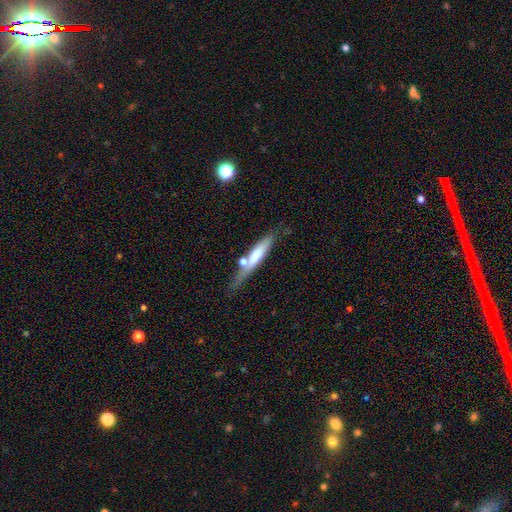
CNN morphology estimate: type=smooth (57%); roundness=cigar-shaped (83%); merging=none (51%).